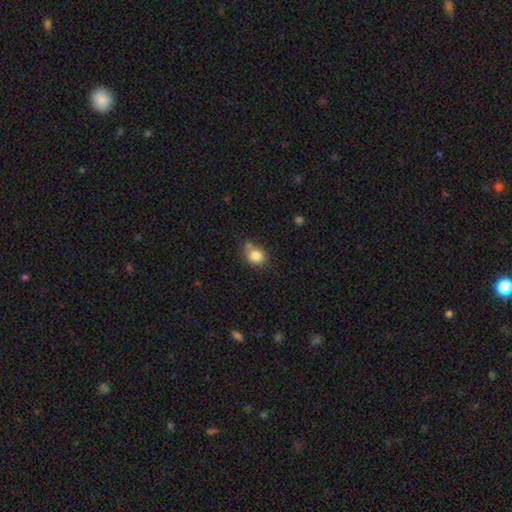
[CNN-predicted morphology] This appears to be a smooth galaxy with no disk features (83%) that is round (66%). Merging: none (60%).